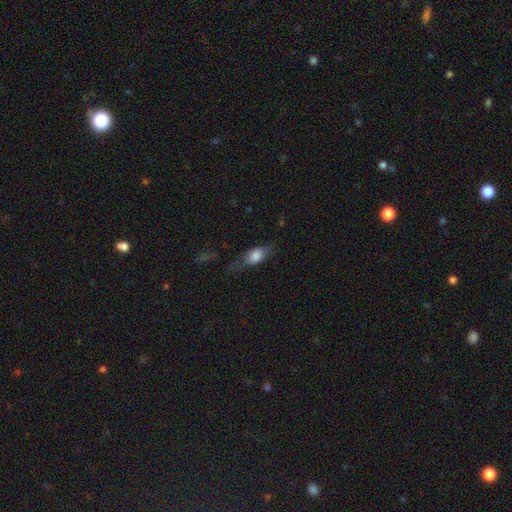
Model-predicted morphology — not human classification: Smooth or featured? Predicted: smooth (p=0.72). How rounded? Predicted: in between (p=0.77). Merging? Predicted: none (p=0.45).